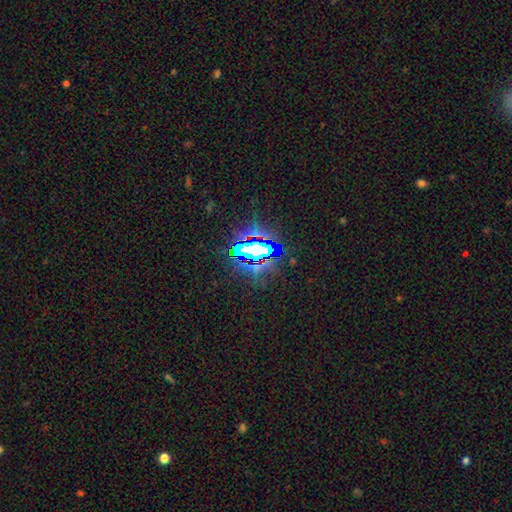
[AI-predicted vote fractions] This appears to be a star or artifact, not a galaxy (74%).